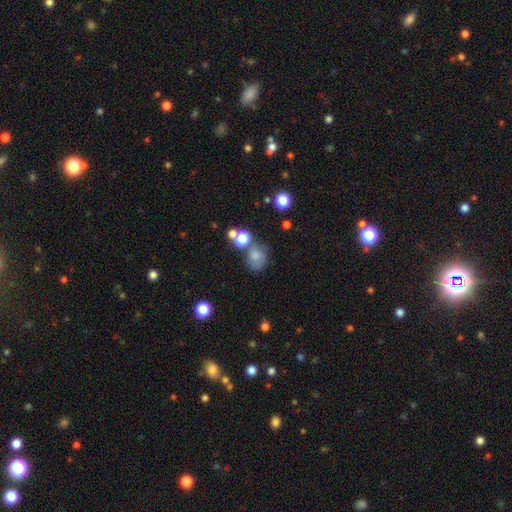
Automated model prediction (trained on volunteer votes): Smooth or featured: smooth — 69% (featured or disk — 16%)
How rounded: round — 62% (in between — 37%)
Merging: none — 46% (minor disturbance — 22%)